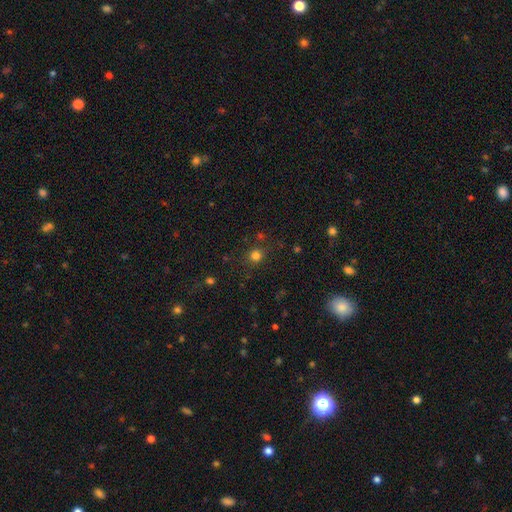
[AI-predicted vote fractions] smooth_or_featured: smooth (p=0.77) [alt: star or artifact p=0.17]
how_rounded: round (p=0.88) [alt: in between p=0.11]
merging: none (p=0.83) [alt: minor disturbance p=0.10]